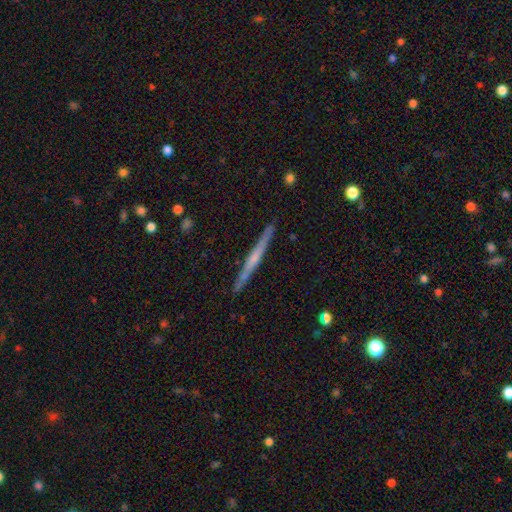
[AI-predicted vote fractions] Morphology: type=featured or disk (63%); edge-on=yes (98%); edge-on bulge=none (55%); merging=none (90%).